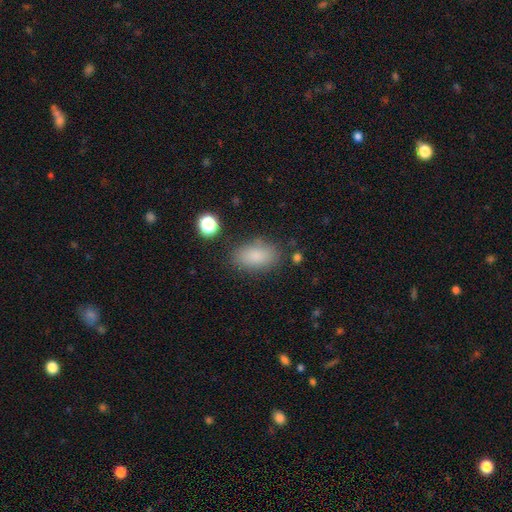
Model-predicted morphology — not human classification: smooth 84%, star or artifact 9%, featured or disk 6%. Down the decision tree: how rounded — in between (90%); merging — none (79%).